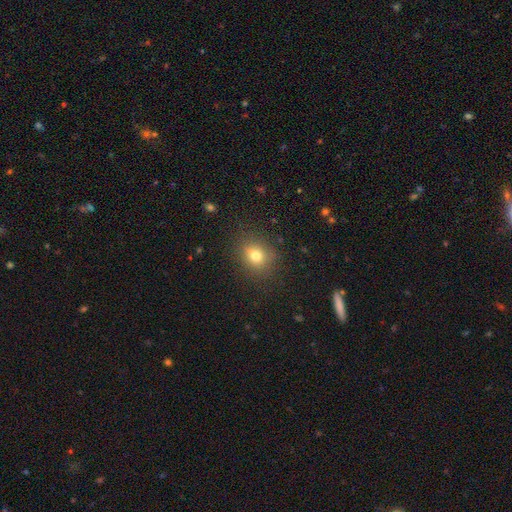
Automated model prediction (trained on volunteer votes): Smooth or featured? smooth (75%)
How rounded? round (66%)
Merging? none (83%)